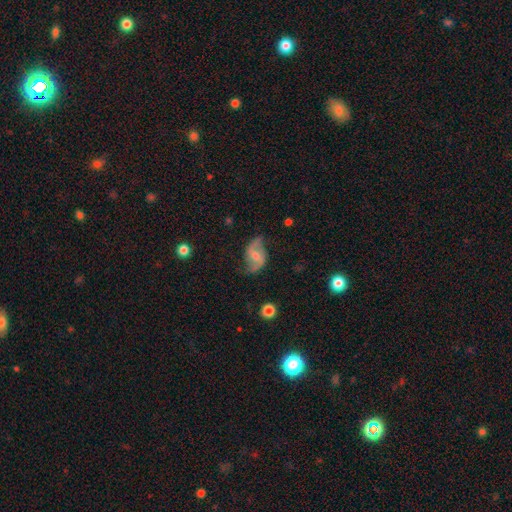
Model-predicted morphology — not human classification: Overall: featured or disk (80%). Edge-on disk: no (97%). Bar: weak (48%; no 33%). Spiral arms: yes (93%). Spiral arm count: 2 (92%). Spiral winding: loose (65%; medium 28%). Bulge size: moderate (51%; small 38%). Merging: none (70%).